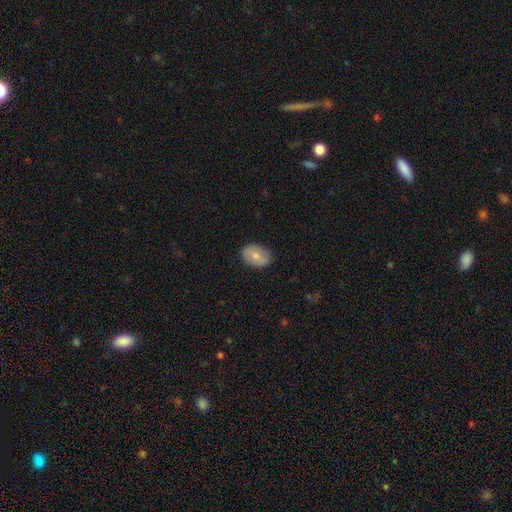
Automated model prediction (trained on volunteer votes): smooth-or-featured: smooth: 69% | featured or disk: 24% | star or artifact: 7%
  how-rounded: in between: 79% | round: 19% | cigar-shaped: 1%
  merging: none: 85% | minor disturbance: 11% | major disturbance: 2% | merger: 1%